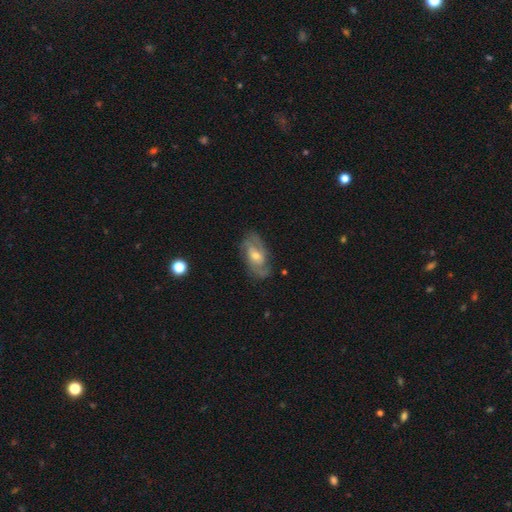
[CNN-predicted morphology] This appears to be a featured or disk galaxy (77%) with no bar (50%), 2 (60%) medium (46%) spiral arms (90%) and a moderate central bulge (54%). Merging: none (74%).